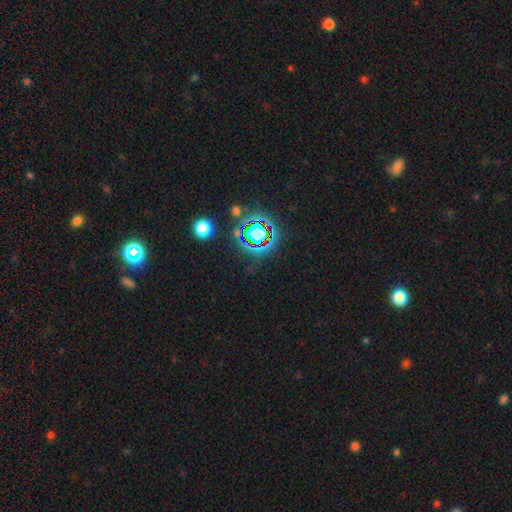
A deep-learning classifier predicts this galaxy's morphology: Smooth or featured?
  - star or artifact: 79% *
  - smooth: 12%
  - featured or disk: 9%